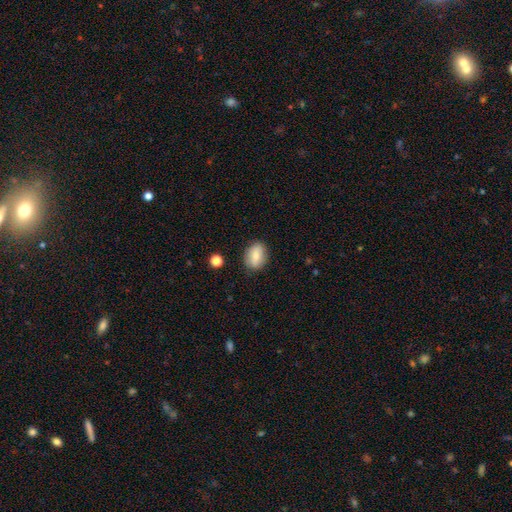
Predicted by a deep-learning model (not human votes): smooth-or-featured: smooth: 74% | featured or disk: 18% | star or artifact: 8%
  how-rounded: in between: 77% | round: 22% | cigar-shaped: 2%
  merging: none: 83% | minor disturbance: 13% | major disturbance: 3% | merger: 1%